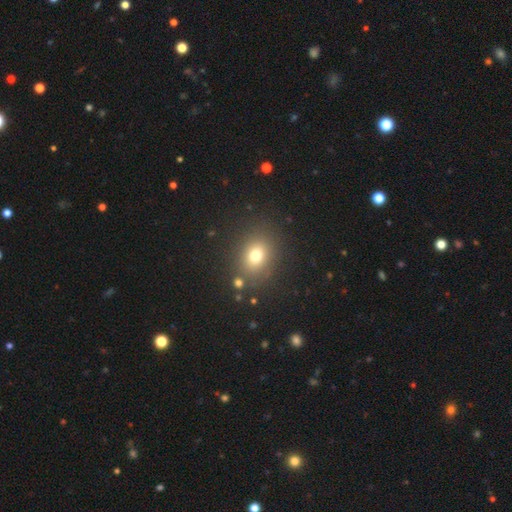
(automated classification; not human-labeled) Smooth or featured? smooth (74%)
How rounded? round (55%)
Merging? none (83%)